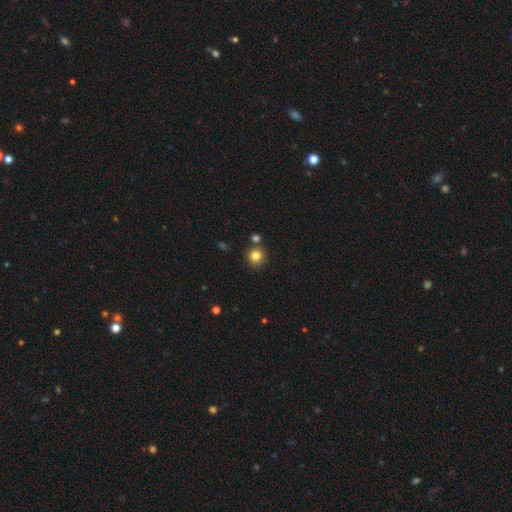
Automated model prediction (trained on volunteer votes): This is clearly a smooth galaxy (82%). How rounded: clearly round (92%). Merging: clearly none (80%).